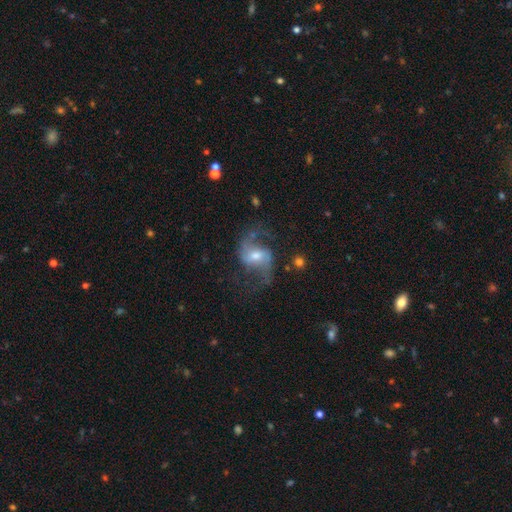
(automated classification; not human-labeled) Smooth or featured: featured or disk — 85% (smooth — 8%)
Edge-on disk: no — 97% (yes — 3%)
Bar: weak — 50% (no — 26%)
Spiral arms: yes — 96% (no — 4%)
Spiral winding: loose — 58% (medium — 36%)
Spiral arm count: 2 — 93% (can't tell — 2%)
Bulge size: moderate — 58% (small — 31%)
Merging: none — 70% (minor disturbance — 15%)